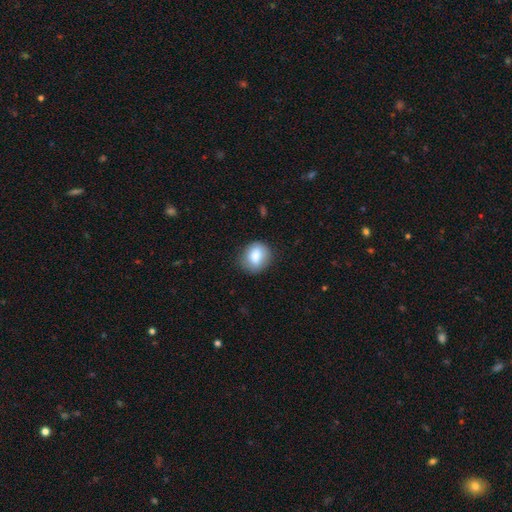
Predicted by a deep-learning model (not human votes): A smooth galaxy with no disk features (83%) that is round (64%). Merging: none (77%).